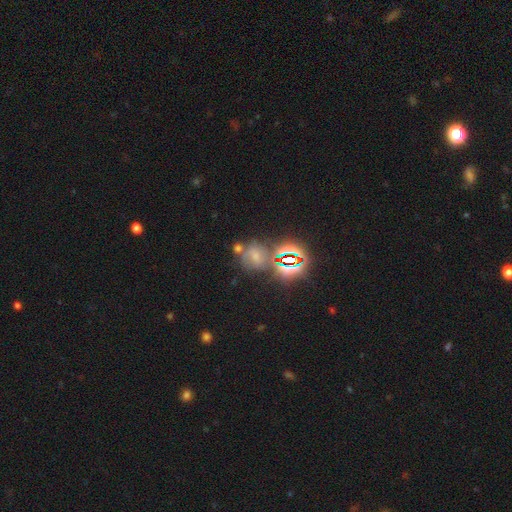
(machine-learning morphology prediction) star or artifact 44%, smooth 34%, featured or disk 22%.